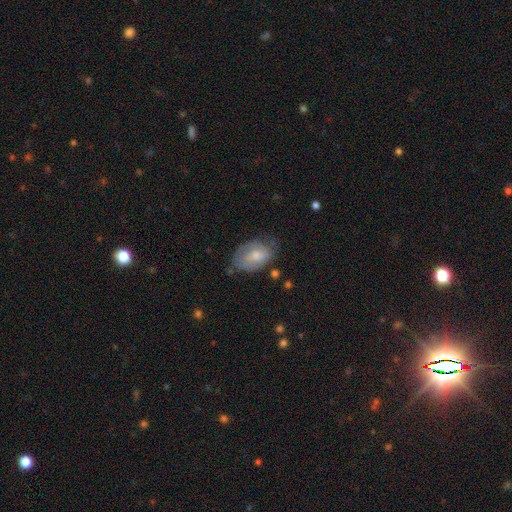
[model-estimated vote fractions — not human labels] Morphology: type=smooth (57%); roundness=in between (88%); merging=none (55%).